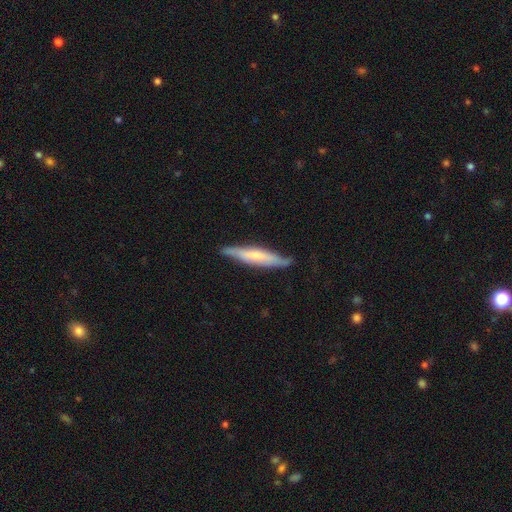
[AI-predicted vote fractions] smooth_or_featured: featured or disk (p=0.49) [alt: smooth p=0.45]
merging: none (p=0.78) [alt: minor disturbance p=0.18]